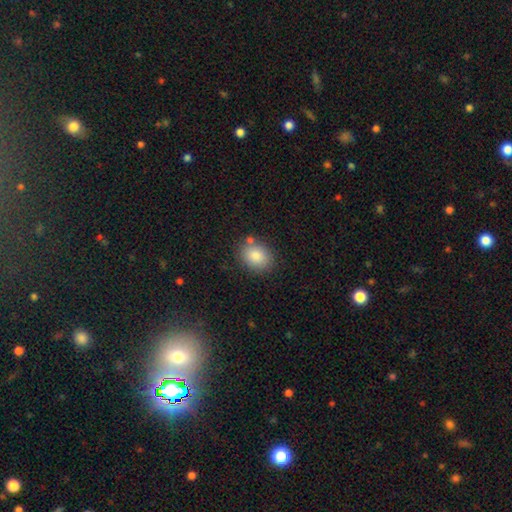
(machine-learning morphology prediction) Smooth or featured: smooth — 84% (star or artifact — 8%)
How rounded: in between — 54% (round — 45%)
Merging: none — 78% (minor disturbance — 13%)